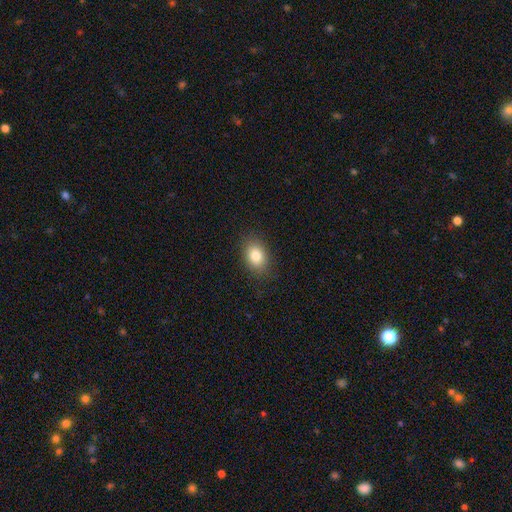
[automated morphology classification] This appears to be a smooth galaxy with no disk features (82%) that is in between round and cigar-shaped (77%). Merging: none (87%).